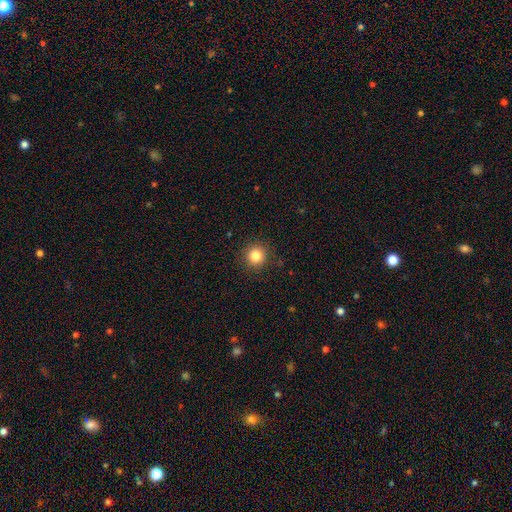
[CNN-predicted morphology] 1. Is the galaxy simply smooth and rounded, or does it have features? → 84% smooth, 11% star or artifact, 5% featured or disk.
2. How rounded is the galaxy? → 94% round, 5% in between, 1% cigar-shaped.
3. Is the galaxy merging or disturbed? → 91% none, 6% minor disturbance, 2% major disturbance, 1% merger.